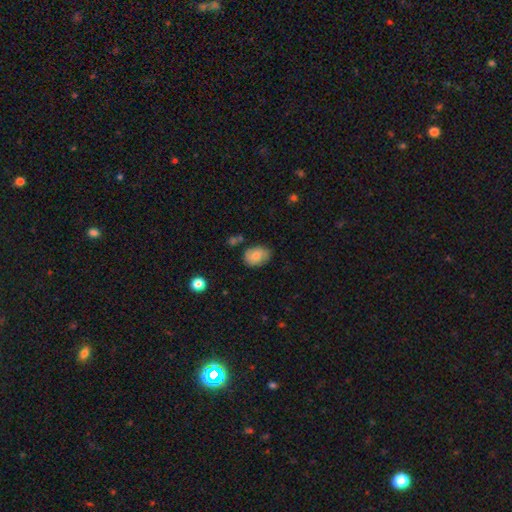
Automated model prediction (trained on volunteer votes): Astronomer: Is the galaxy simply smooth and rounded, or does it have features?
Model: smooth — 77%.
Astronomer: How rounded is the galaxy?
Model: in between — 72%.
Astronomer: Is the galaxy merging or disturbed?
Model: none — 69%.